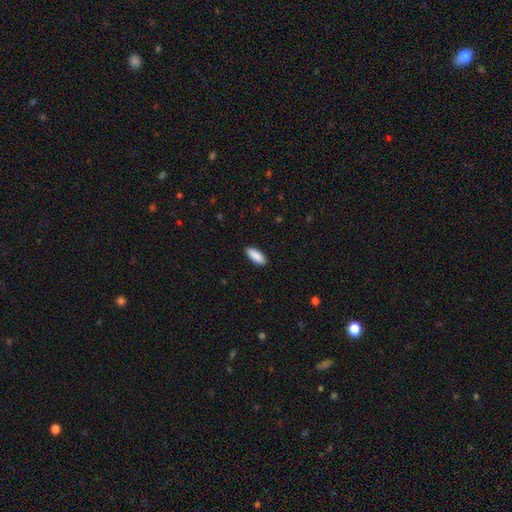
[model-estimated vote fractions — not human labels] Smooth or featured? Predicted: smooth (p=0.91). How rounded? Predicted: in between (p=0.83). Merging? Predicted: none (p=0.90).